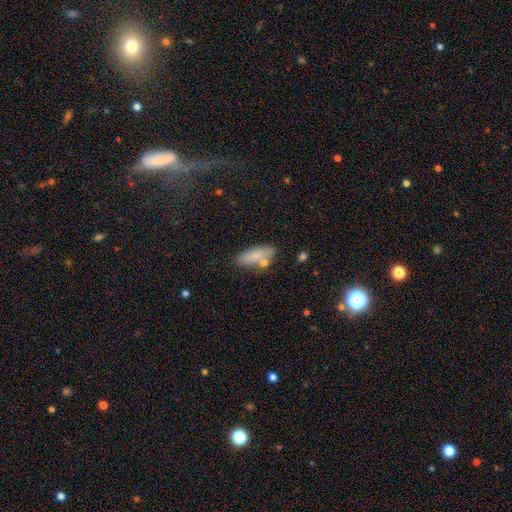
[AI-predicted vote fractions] A smooth galaxy with no disk features (78%) that is in between round and cigar-shaped (67%).

Vote fractions:
- Smooth or featured? smooth: 78% / featured or disk: 13% / star or artifact: 9%
- How rounded? in between: 67% / cigar-shaped: 30% / round: 3%
- Merging? none: 68% / minor disturbance: 16% / merger: 12% / major disturbance: 4%